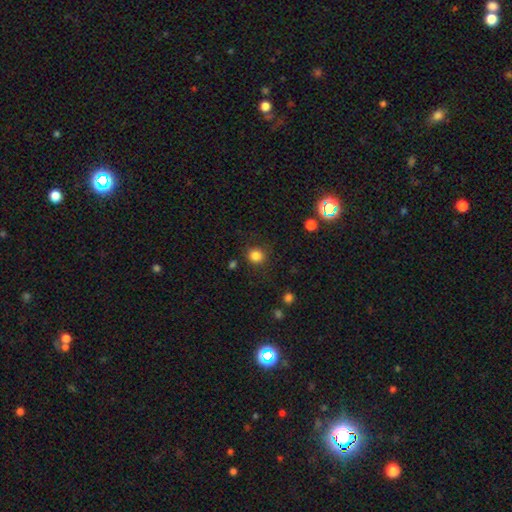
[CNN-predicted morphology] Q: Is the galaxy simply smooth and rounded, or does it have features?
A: smooth — 83%.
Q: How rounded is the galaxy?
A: round — 91%.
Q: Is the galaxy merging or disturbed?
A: none — 86%.